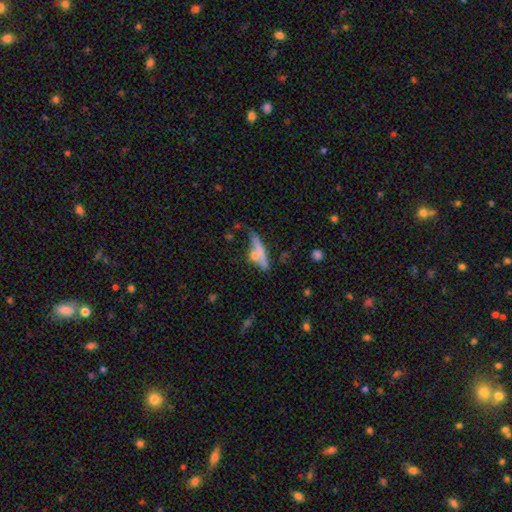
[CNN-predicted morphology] This is possibly a smooth galaxy (59%). How rounded: likely cigar-shaped (73%). Merging: possibly none (46%).